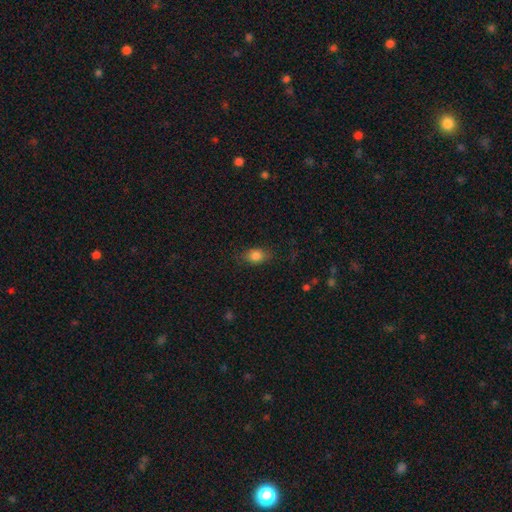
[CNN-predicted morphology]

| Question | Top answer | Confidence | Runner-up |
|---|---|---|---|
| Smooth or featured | smooth | 83% | star or artifact (10%) |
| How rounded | in between | 76% | round (21%) |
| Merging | none | 80% | minor disturbance (15%) |